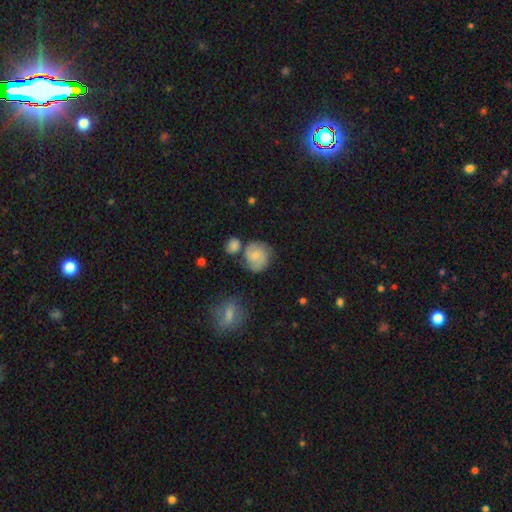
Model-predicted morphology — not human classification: type=smooth (52%); roundness=round (75%); merging=none (55%).